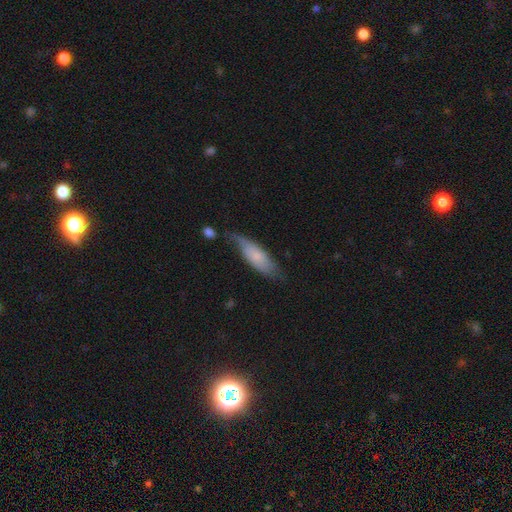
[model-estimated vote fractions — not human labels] Smooth or featured? Predicted: smooth (p=0.62). How rounded? Predicted: in between (p=0.57). Merging? Predicted: none (p=0.50).